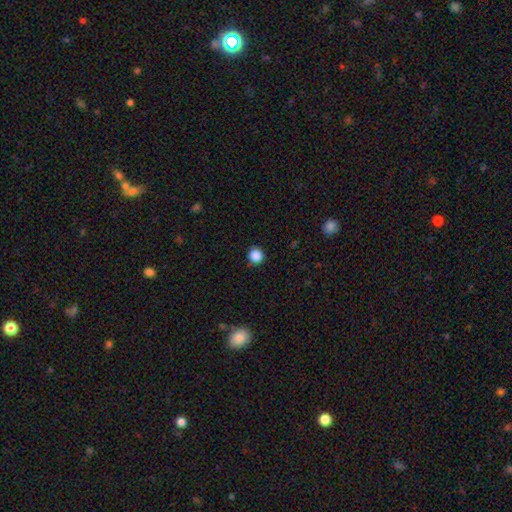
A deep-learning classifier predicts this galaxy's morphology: type=smooth (87%); roundness=round (94%); merging=none (90%).